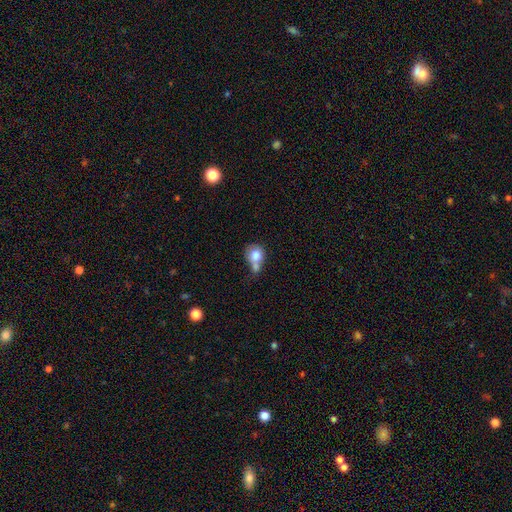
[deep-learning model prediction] The model was most divided on "merging": merger: 51%, none: 28%, minor disturbance: 13%, major disturbance: 8%. More confident: smooth or featured — smooth (77%); how rounded — round (74%).